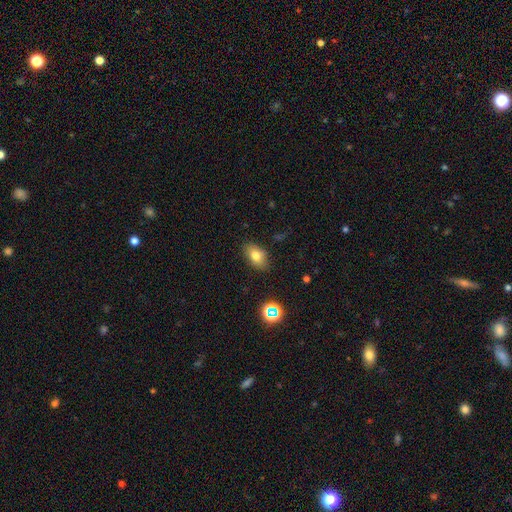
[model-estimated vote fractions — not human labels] smooth 75%, featured or disk 13%, star or artifact 12%. Down the decision tree: how rounded — in between (85%); merging — none (84%).